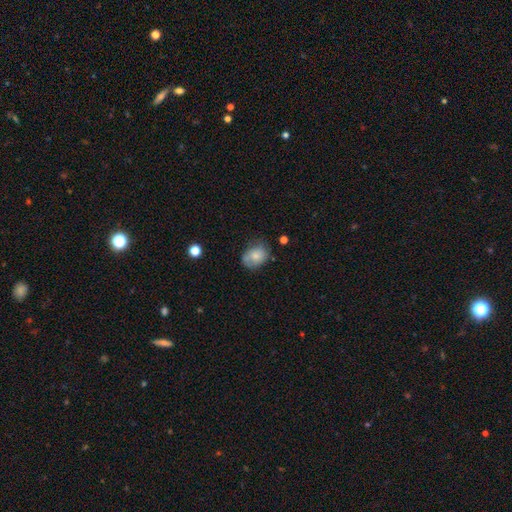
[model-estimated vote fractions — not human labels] A smooth galaxy with no disk features (71%) that is in between round and cigar-shaped (58%).

Vote fractions:
- Smooth or featured? smooth: 71% / featured or disk: 20% / star or artifact: 8%
- How rounded? in between: 58% / round: 41% / cigar-shaped: 1%
- Merging? none: 58% / minor disturbance: 29% / major disturbance: 9% / merger: 5%